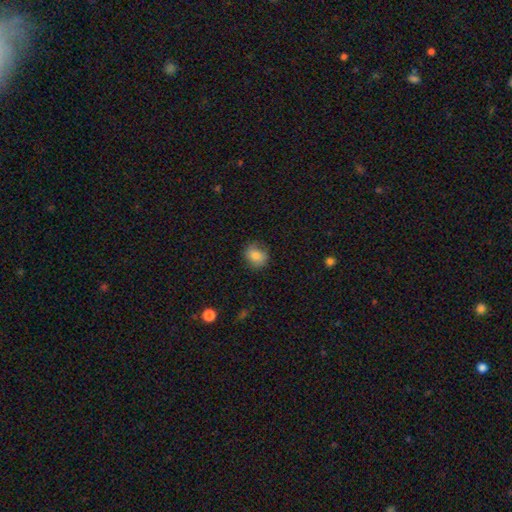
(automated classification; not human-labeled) This appears to be a smooth galaxy with no disk features (83%) that is round (69%). Merging: none (78%).